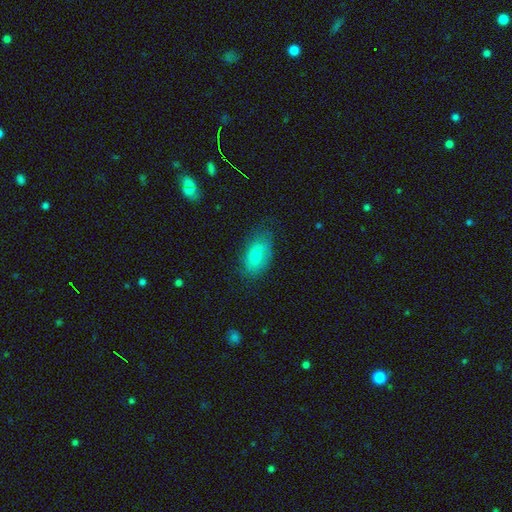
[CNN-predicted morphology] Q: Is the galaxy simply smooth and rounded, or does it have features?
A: smooth — 78%.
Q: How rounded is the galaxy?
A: in between — 92%.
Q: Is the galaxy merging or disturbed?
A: none — 65%.